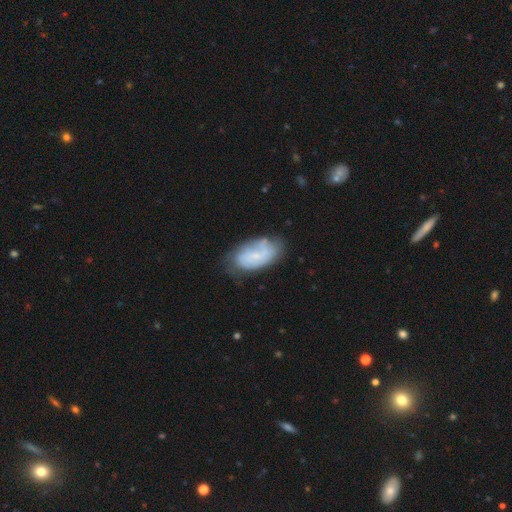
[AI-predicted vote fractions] This appears to be a featured or disk galaxy (49%). Merging: none (58%).